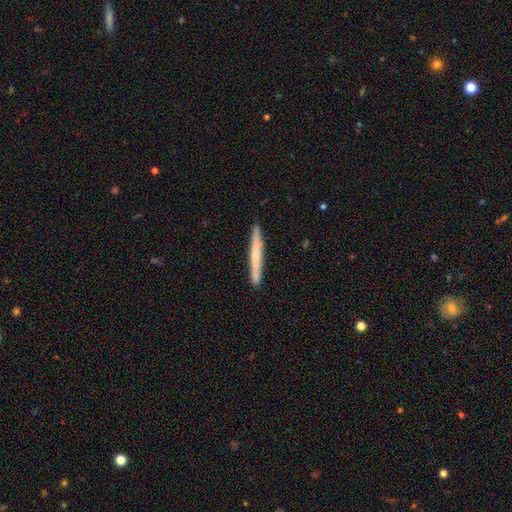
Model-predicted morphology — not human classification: Smooth or featured?
  - smooth: 53% *
  - featured or disk: 41%
  - star or artifact: 6%
How rounded?
  - cigar-shaped: 97% *
  - in between: 2%
  - round: 1%
Merging?
  - none: 91% *
  - minor disturbance: 7%
  - major disturbance: 1%
  - merger: 1%